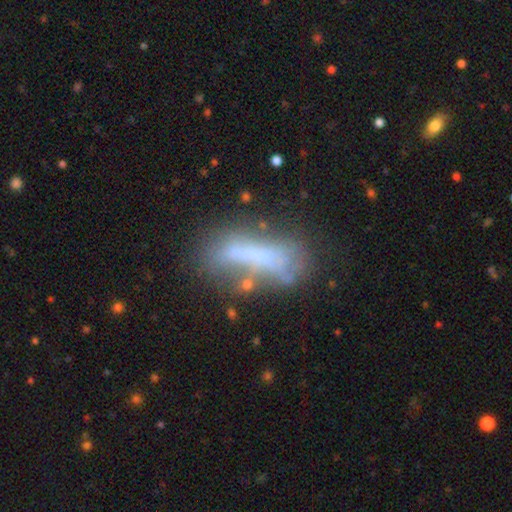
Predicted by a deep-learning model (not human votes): Smooth or featured? smooth (50%)
Merging? none (44%)